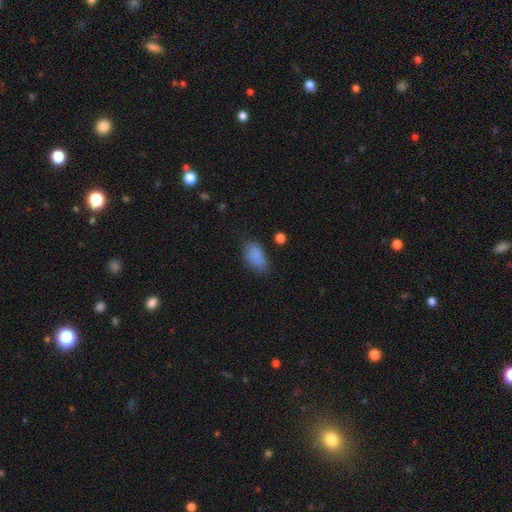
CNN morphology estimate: Smooth or featured?
  - smooth: 85% *
  - star or artifact: 9%
  - featured or disk: 5%
How rounded?
  - in between: 91% *
  - round: 7%
  - cigar-shaped: 2%
Merging?
  - none: 67% *
  - minor disturbance: 23%
  - major disturbance: 7%
  - merger: 3%